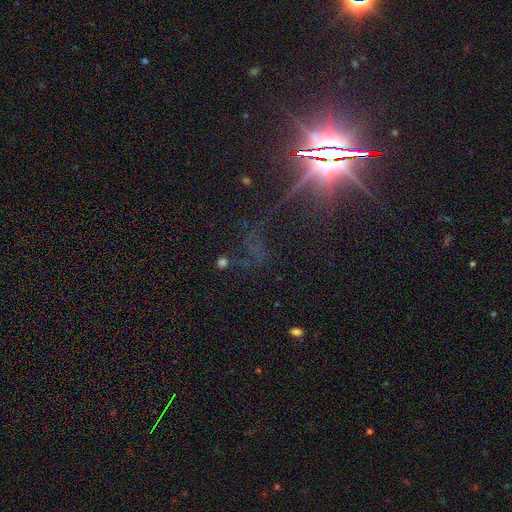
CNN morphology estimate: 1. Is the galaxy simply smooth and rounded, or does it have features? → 71% star or artifact, 17% featured or disk, 12% smooth.